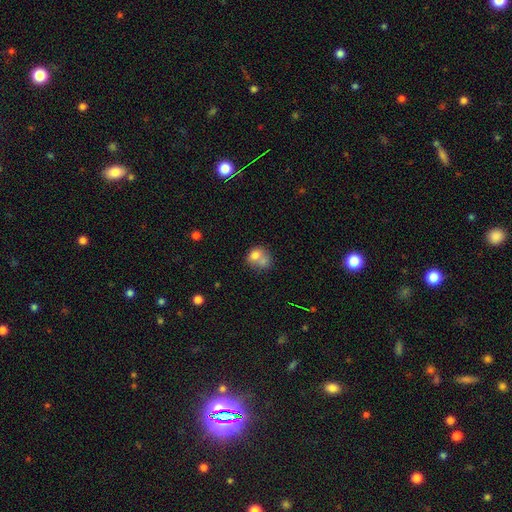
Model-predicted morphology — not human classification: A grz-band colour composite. It shows a smooth galaxy with no disk features (71%) that is round (54%). Merging: merger (57%).